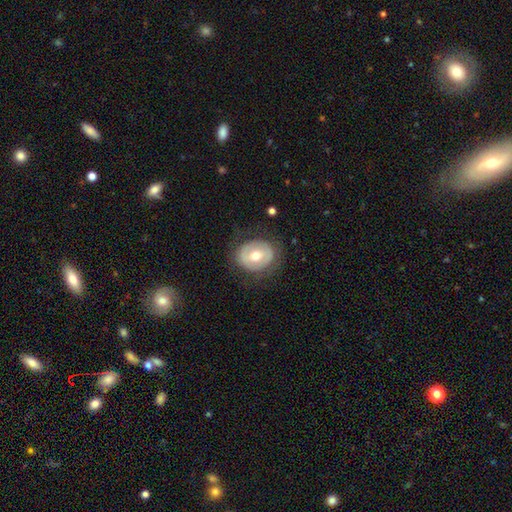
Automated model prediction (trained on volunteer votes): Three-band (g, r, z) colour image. It shows a smooth galaxy with no disk features (48%). Merging: none (77%).